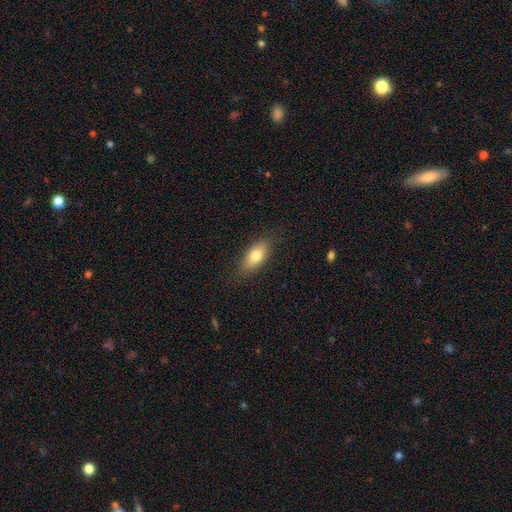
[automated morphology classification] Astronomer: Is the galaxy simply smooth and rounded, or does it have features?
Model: smooth — 74%.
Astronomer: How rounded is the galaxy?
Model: in between — 81%.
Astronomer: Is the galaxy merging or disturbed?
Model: none — 84%.